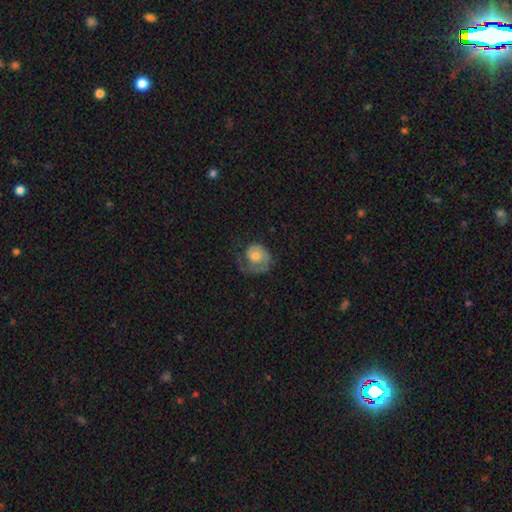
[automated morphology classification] smooth-or-featured: featured or disk: 57% | smooth: 37% | star or artifact: 7%
  disk-edge-on: no: 97% | yes: 3%
    bar: no: 80% | weak: 18% | strong: 3%
    has-spiral-arms: yes: 83% | no: 17%
    bulge-size: moderate: 56% | small: 28% | large: 10% | none: 3% | dominant: 2%
  merging: none: 43% | major disturbance: 34% | minor disturbance: 21% | merger: 2%